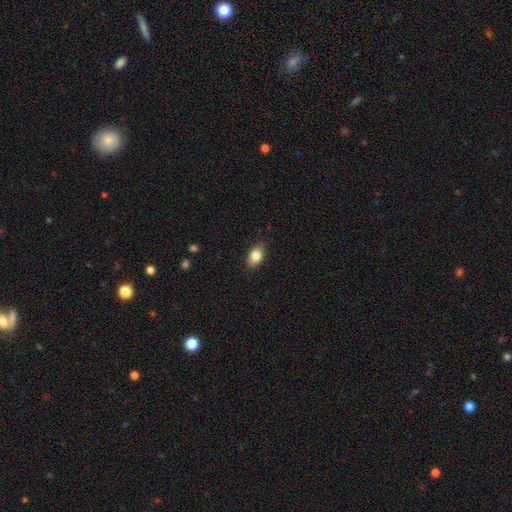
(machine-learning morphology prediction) smooth-or-featured: smooth: 82% | featured or disk: 10% | star or artifact: 8%
  how-rounded: in between: 85% | round: 12% | cigar-shaped: 3%
  merging: none: 85% | minor disturbance: 12% | major disturbance: 2% | merger: 1%